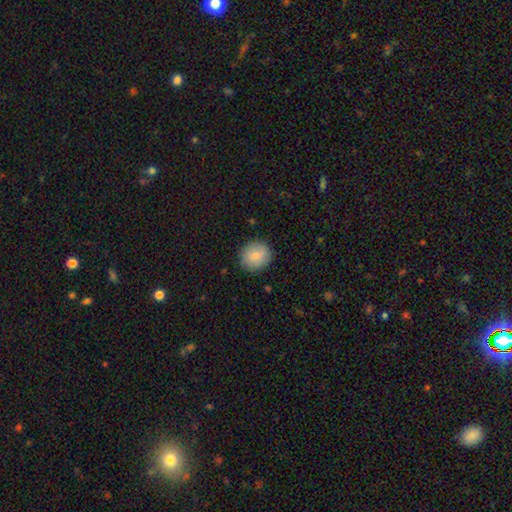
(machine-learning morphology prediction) Q: Smooth or featured?
A: smooth (83%); runner-up: featured or disk (9%)
Q: How rounded?
A: round (86%); runner-up: in between (13%)
Q: Merging?
A: none (88%); runner-up: minor disturbance (8%)